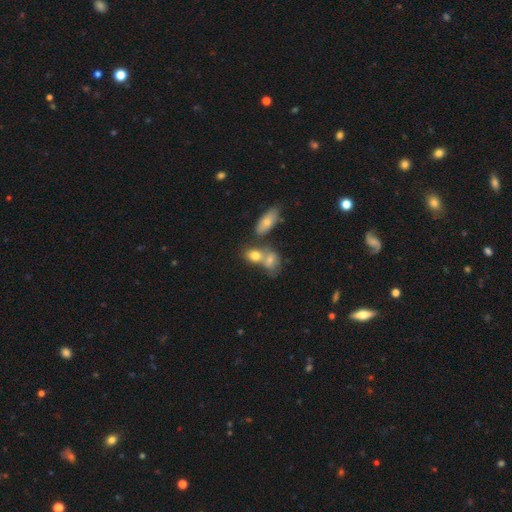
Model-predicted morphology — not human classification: Smooth or featured?
  - smooth: 72% *
  - featured or disk: 18%
  - star or artifact: 10%
How rounded?
  - in between: 71% *
  - round: 26%
  - cigar-shaped: 3%
Merging?
  - merger: 50% *
  - none: 35%
  - minor disturbance: 11%
  - major disturbance: 5%